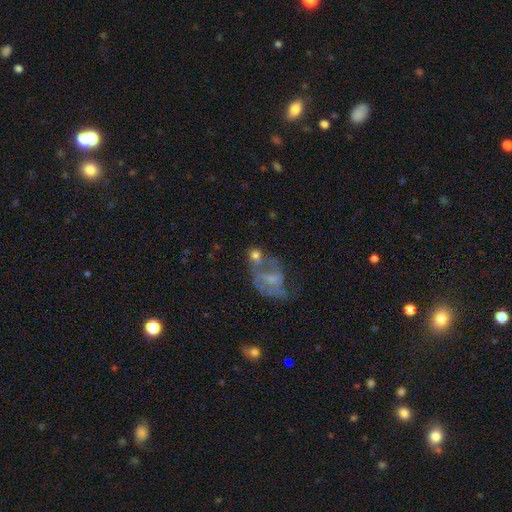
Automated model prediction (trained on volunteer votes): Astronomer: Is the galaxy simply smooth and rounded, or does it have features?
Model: smooth — 51% (runner-up: featured or disk, 36%).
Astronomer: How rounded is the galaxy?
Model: round — 57% (runner-up: in between, 41%).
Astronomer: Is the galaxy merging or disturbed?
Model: merger — 39% (runner-up: none, 27%).